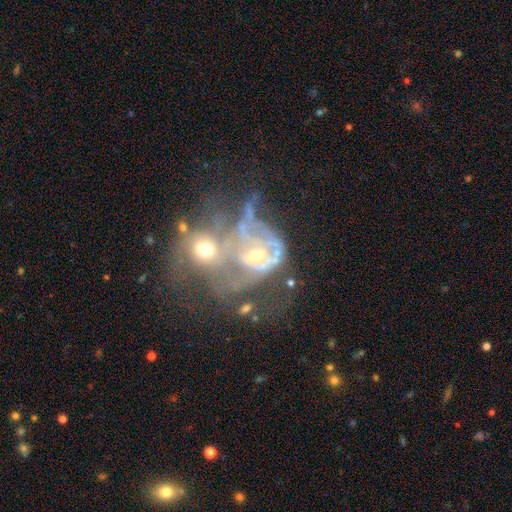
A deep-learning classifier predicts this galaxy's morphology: featured or disk 70%, smooth 16%, star or artifact 14%. Down the decision tree: edge-on disk — no (97%); bar — no (74%); spiral arms — yes (59%); bulge size — moderate (57%); merging — merger (72%).